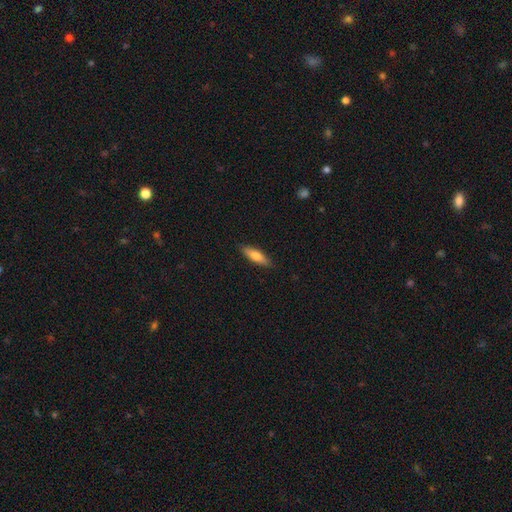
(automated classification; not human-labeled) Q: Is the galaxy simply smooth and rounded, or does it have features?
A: smooth — 74%.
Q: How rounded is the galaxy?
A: cigar-shaped — 56%.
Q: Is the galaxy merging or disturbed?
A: none — 88%.